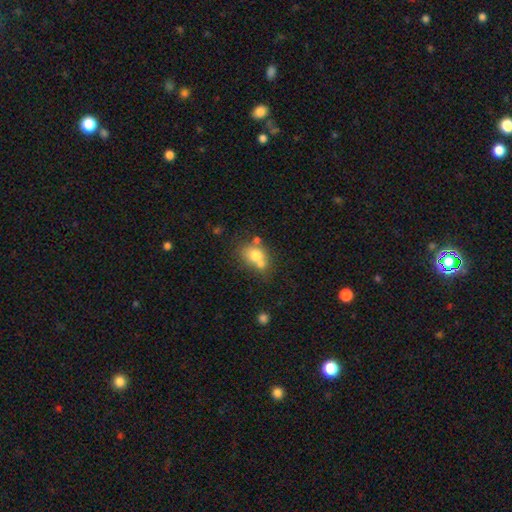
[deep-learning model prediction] A smooth galaxy with no disk features (71%) that is round (56%).

Vote fractions:
- Smooth or featured? smooth: 71% / featured or disk: 19% / star or artifact: 11%
- How rounded? round: 56% / in between: 43% / cigar-shaped: 1%
- Merging? merger: 46% / none: 36% / minor disturbance: 12% / major disturbance: 6%